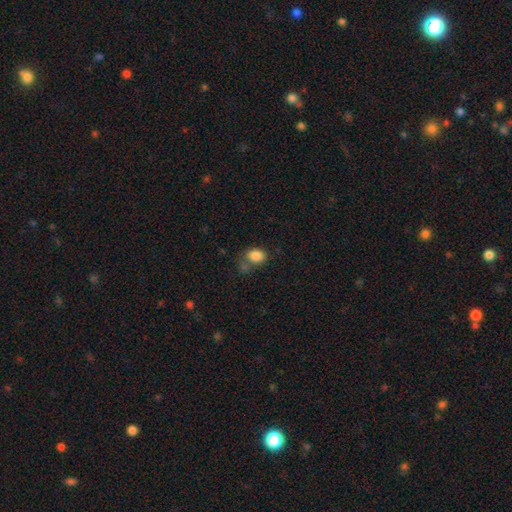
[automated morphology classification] smooth-or-featured: smooth: 85% | star or artifact: 9% | featured or disk: 6%
  how-rounded: in between: 71% | round: 28% | cigar-shaped: 1%
  merging: none: 51% | minor disturbance: 20% | merger: 19% | major disturbance: 10%